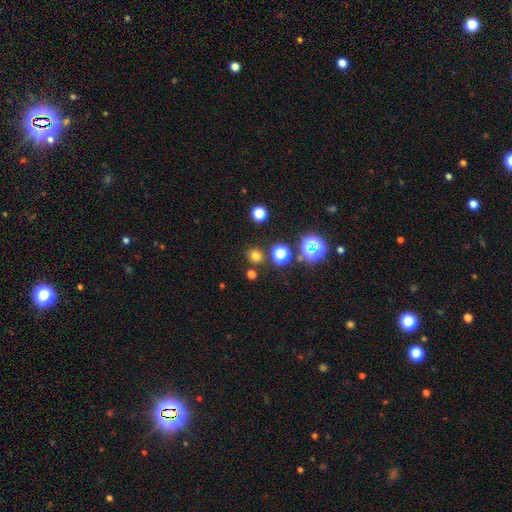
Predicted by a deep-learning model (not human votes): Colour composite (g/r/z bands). It shows a smooth galaxy with no disk features (71%) that is round (90%). Merging: none (85%).